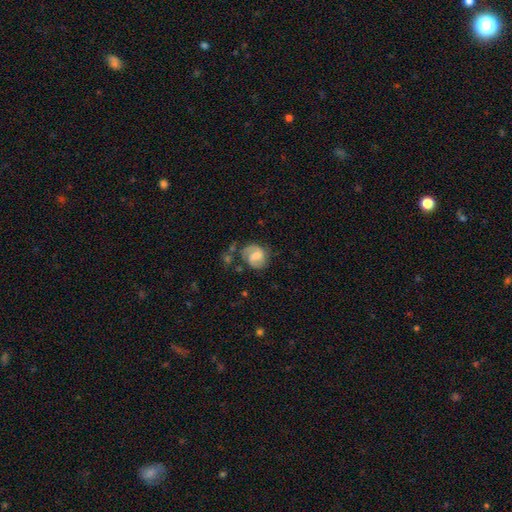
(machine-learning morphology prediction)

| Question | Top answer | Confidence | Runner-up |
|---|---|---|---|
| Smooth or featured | featured or disk | 71% | smooth (22%) |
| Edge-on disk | no | 98% | yes (2%) |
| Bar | weak | 54% | no (28%) |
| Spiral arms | yes | 93% | no (7%) |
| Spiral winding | medium | 49% | tight (31%) |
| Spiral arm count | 2 | 80% | 1 (9%) |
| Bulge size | moderate | 36% | small (32%) |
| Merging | none | 61% | minor disturbance (22%) |